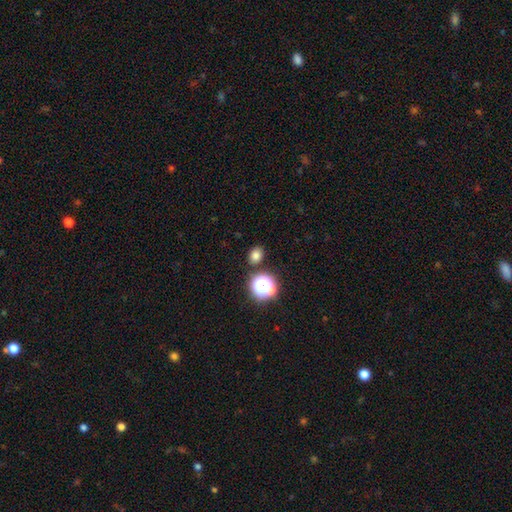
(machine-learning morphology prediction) This is likely a smooth galaxy (75%). How rounded: possibly round (54%). Merging: clearly none (84%).